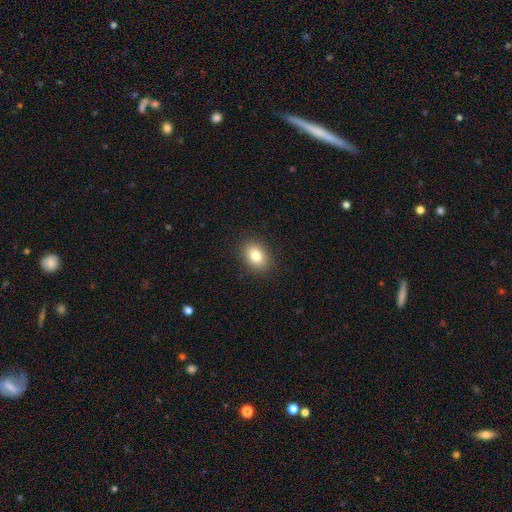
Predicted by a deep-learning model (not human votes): Overall: smooth (81%). How rounded: in between (69%; round 30%). Merging: none (89%).